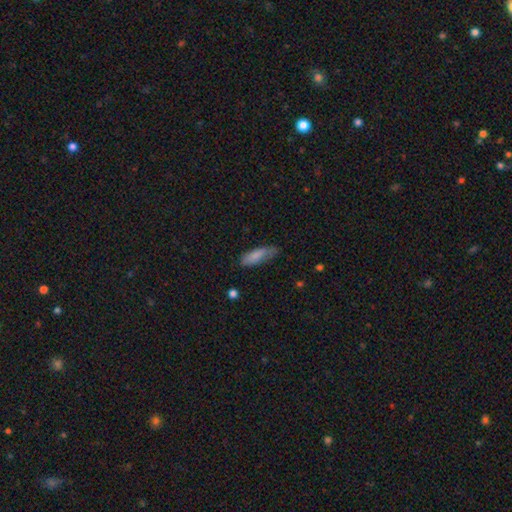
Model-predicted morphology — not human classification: A smooth galaxy with no disk features (82%) that is cigar-shaped (50%).

Vote fractions:
- Smooth or featured? smooth: 82% / featured or disk: 12% / star or artifact: 7%
- How rounded? cigar-shaped: 50% / in between: 49% / round: 2%
- Merging? none: 58% / minor disturbance: 32% / major disturbance: 8% / merger: 2%